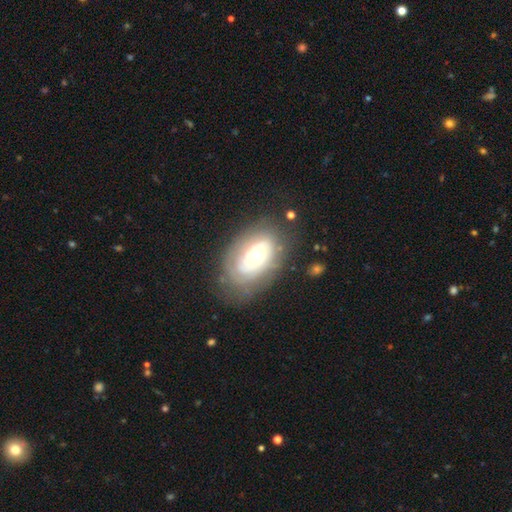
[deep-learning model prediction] A featured or disk galaxy (56%) with no bar (85%), spiral arms (51%) and a moderate central bulge (52%).

Vote fractions:
- Smooth or featured? featured or disk: 56% / smooth: 36% / star or artifact: 8%
- Edge-on disk? no: 93% / yes: 7%
- Bar? no: 85% / weak: 11% / strong: 4%
- Spiral arms? yes: 51% / no: 49%
- Bulge size? moderate: 52% / small: 36% / large: 9% / dominant: 2% / none: 1%
- Merging? none: 64% / minor disturbance: 21% / major disturbance: 12% / merger: 2%